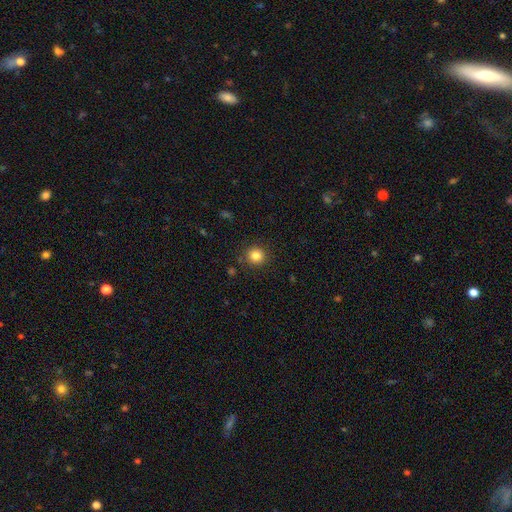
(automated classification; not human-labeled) The model was most divided on "smooth or featured": smooth: 83%, star or artifact: 11%, featured or disk: 5%. More confident: how rounded — round (93%); merging — none (90%).